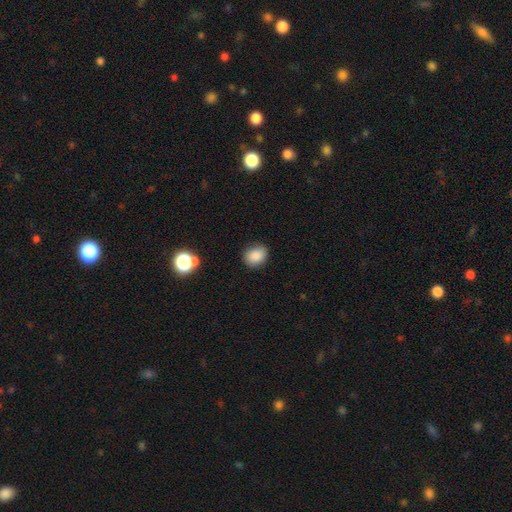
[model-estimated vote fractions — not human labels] smooth_or_featured: smooth (p=0.86) [alt: star or artifact p=0.10]
how_rounded: round (p=0.56) [alt: in between p=0.43]
merging: none (p=0.83) [alt: minor disturbance p=0.13]